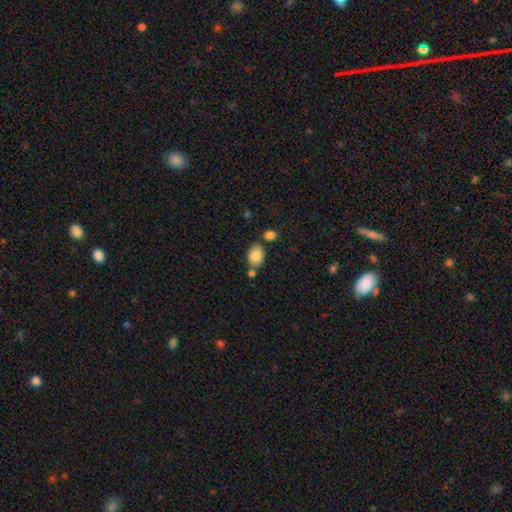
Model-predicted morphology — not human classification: Smooth or featured: smooth — 86% (star or artifact — 8%)
How rounded: in between — 76% (round — 23%)
Merging: none — 66% (merger — 16%)